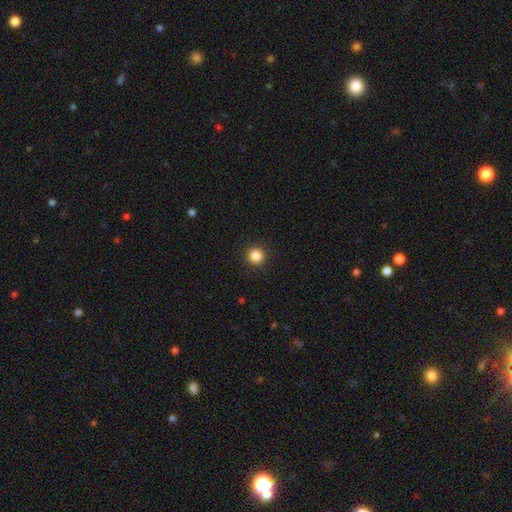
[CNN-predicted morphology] type=smooth (85%); roundness=round (95%); merging=none (93%).